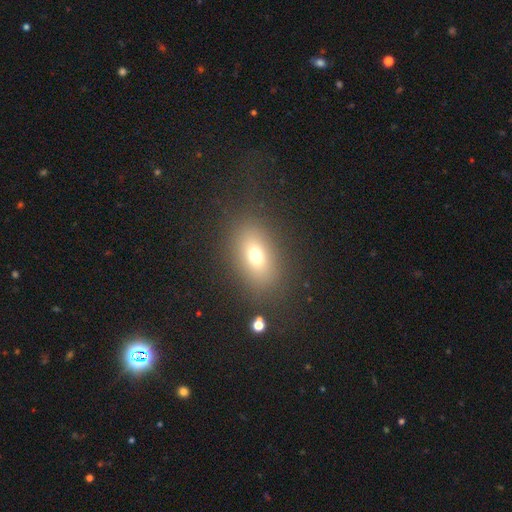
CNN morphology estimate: type=smooth (70%); roundness=in between (78%); merging=none (83%).